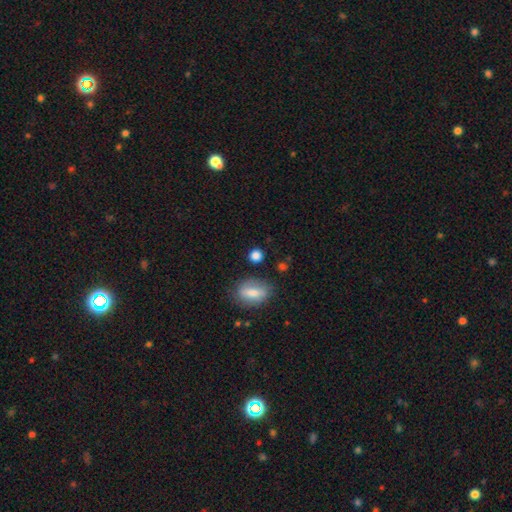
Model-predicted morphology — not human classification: smooth_or_featured: smooth (p=0.81) [alt: star or artifact p=0.11]
how_rounded: round (p=0.75) [alt: in between p=0.23]
merging: none (p=0.78) [alt: minor disturbance p=0.13]